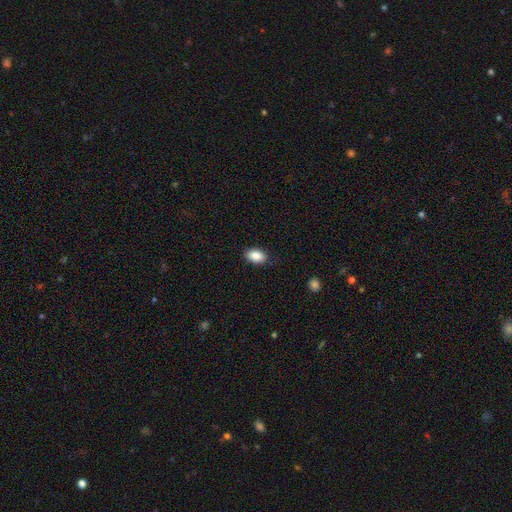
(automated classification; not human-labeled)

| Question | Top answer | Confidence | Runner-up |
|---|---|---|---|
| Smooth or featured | smooth | 88% | star or artifact (7%) |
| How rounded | in between | 88% | round (10%) |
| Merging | none | 83% | minor disturbance (13%) |